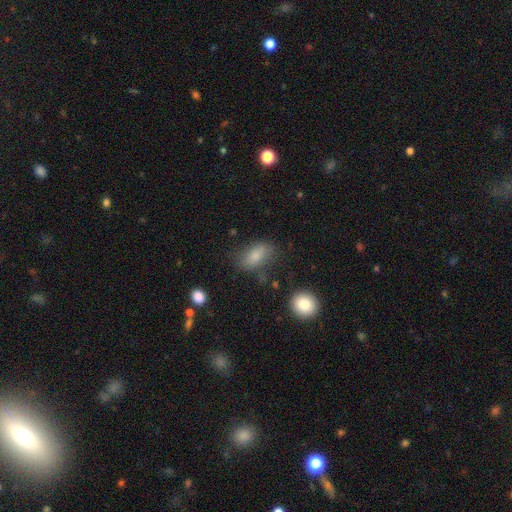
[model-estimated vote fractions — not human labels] A smooth galaxy with no disk features (80%) that is in between round and cigar-shaped (88%). Merging: none (62%).